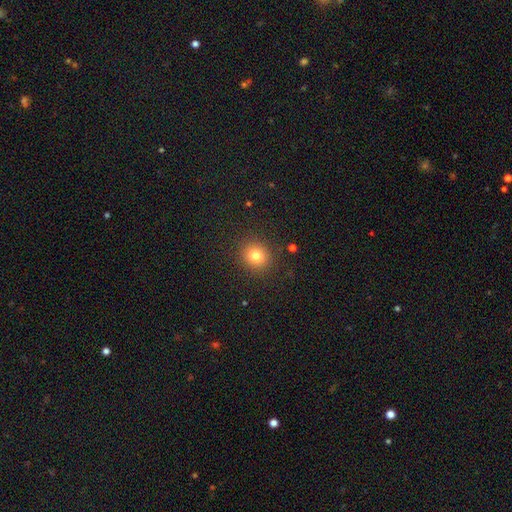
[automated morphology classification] This appears to be a smooth galaxy with no disk features (79%) that is round (84%). Merging: none (89%).